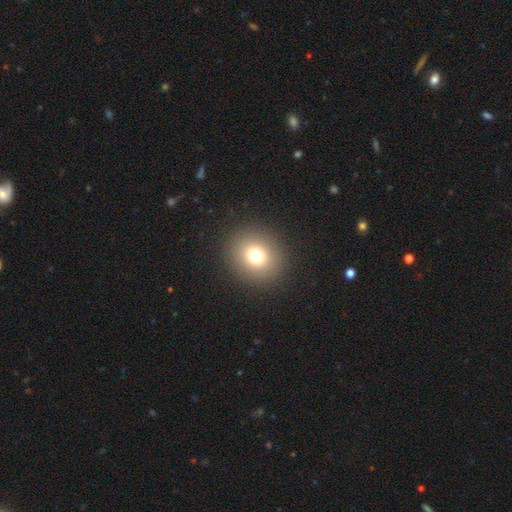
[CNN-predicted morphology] This is likely a smooth galaxy (75%). How rounded: likely round (79%). Merging: clearly none (90%).